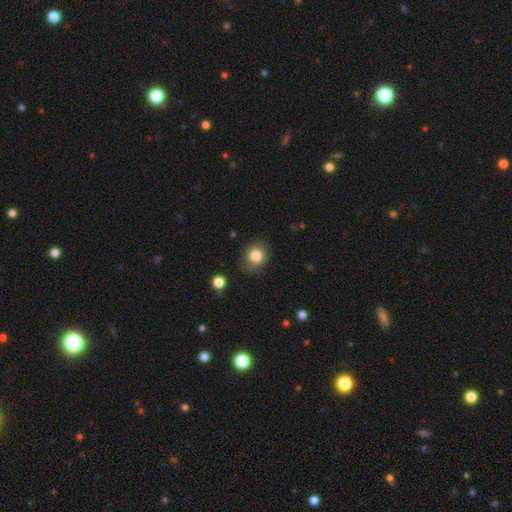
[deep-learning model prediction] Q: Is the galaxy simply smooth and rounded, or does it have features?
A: smooth — 83%.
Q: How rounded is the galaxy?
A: round — 75%.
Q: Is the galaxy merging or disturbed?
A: none — 84%.